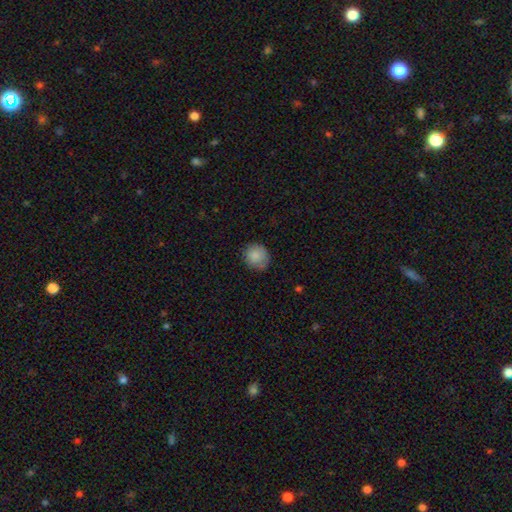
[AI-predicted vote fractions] Smooth or featured?
  - smooth: 85% *
  - star or artifact: 8%
  - featured or disk: 8%
How rounded?
  - round: 81% *
  - in between: 18%
  - cigar-shaped: 1%
Merging?
  - none: 75% *
  - minor disturbance: 20%
  - major disturbance: 4%
  - merger: 1%